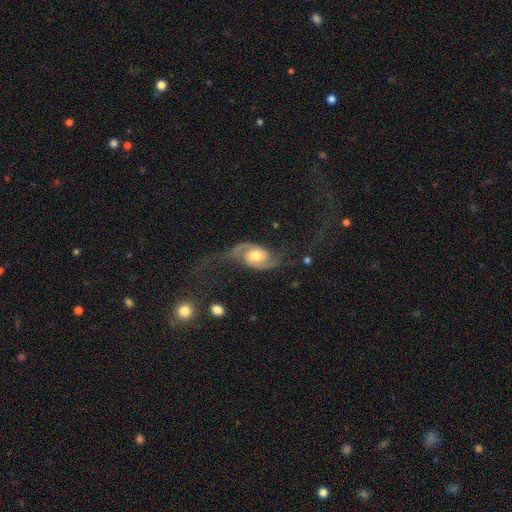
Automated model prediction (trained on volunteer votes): smooth_or_featured: featured or disk (p=0.78) [alt: smooth p=0.16]
disk_edge_on: no (p=0.95) [alt: yes p=0.05]
bar: no (p=0.57) [alt: weak p=0.35]
has_spiral_arms: yes (p=0.93) [alt: no p=0.07]
spiral_winding: loose (p=0.61) [alt: medium p=0.29]
spiral_arm_count: 2 (p=0.90) [alt: can't tell p=0.03]
bulge_size: moderate (p=0.66) [alt: large p=0.18]
merging: none (p=0.45) [alt: major disturbance p=0.33]